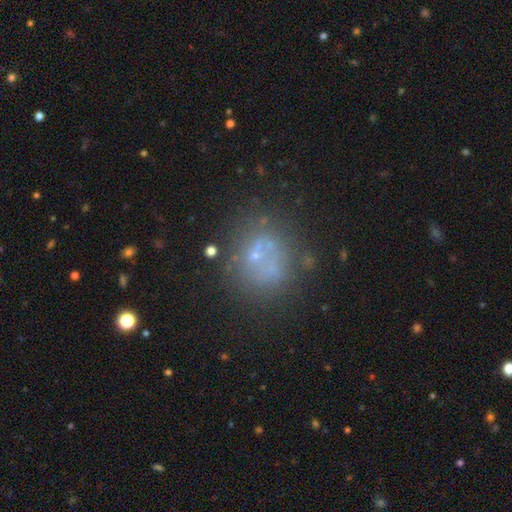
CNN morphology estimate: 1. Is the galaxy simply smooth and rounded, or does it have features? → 39% smooth, 35% featured or disk, 25% star or artifact.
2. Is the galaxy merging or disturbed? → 57% none, 16% minor disturbance, 15% merger, 12% major disturbance.